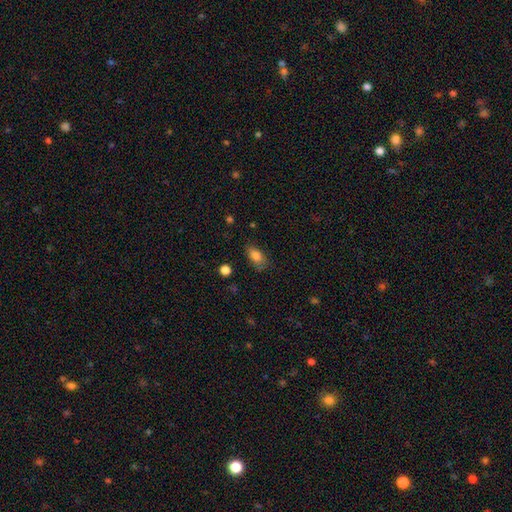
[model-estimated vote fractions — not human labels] The model was most divided on "merging": none: 67%, minor disturbance: 24%, major disturbance: 7%, merger: 2%. More confident: how rounded — in between (87%); smooth or featured — smooth (83%).